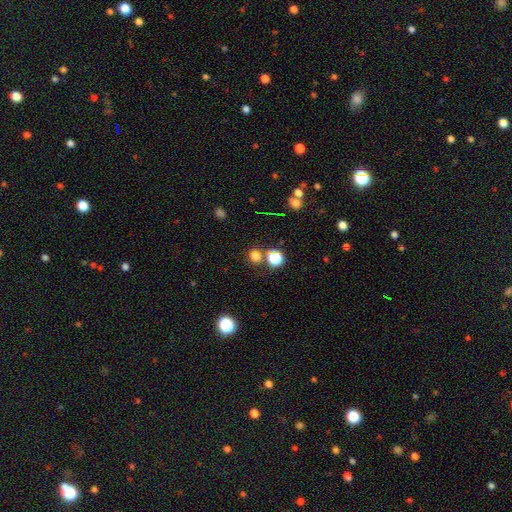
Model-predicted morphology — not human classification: A smooth galaxy with no disk features (66%) that is round (86%).

Vote fractions:
- Smooth or featured? smooth: 66% / star or artifact: 27% / featured or disk: 7%
- How rounded? round: 86% / in between: 13% / cigar-shaped: 1%
- Merging? none: 71% / merger: 16% / minor disturbance: 9% / major disturbance: 4%